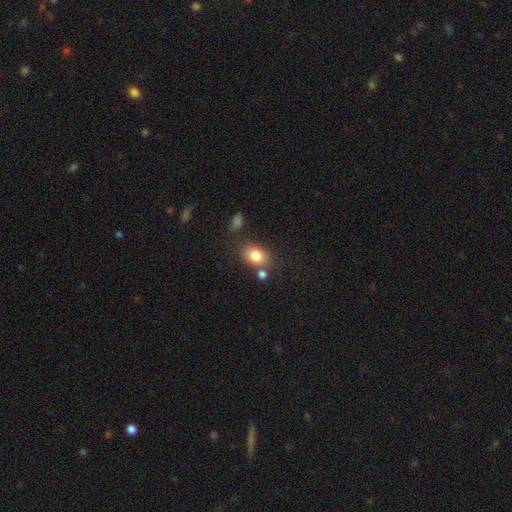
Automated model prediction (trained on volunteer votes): Morphology: type=smooth (81%); roundness=in between (75%); merging=none (69%).